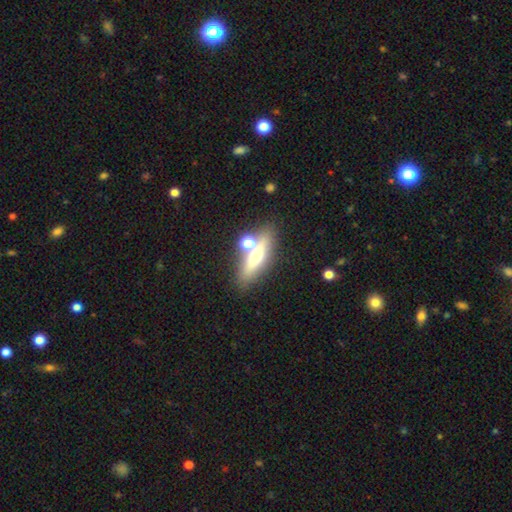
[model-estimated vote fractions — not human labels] Smooth or featured?
  - smooth: 46% *
  - featured or disk: 43%
  - star or artifact: 11%
Merging?
  - none: 70% *
  - merger: 15%
  - minor disturbance: 11%
  - major disturbance: 4%